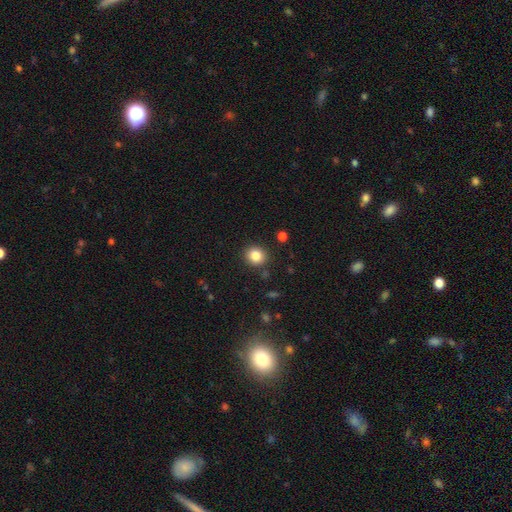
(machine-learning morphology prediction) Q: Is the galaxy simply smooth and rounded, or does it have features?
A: smooth — 84%.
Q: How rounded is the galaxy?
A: round — 82%.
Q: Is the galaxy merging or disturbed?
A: none — 89%.